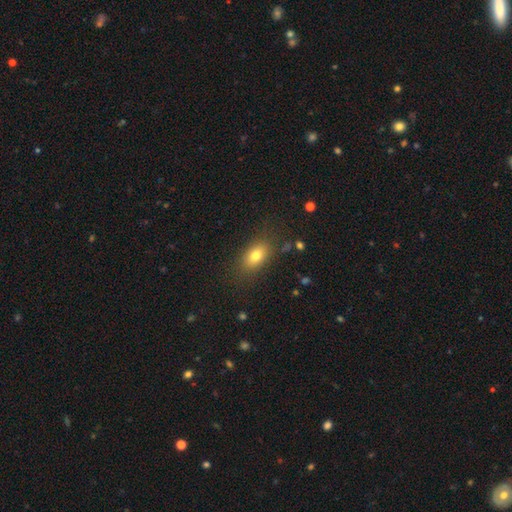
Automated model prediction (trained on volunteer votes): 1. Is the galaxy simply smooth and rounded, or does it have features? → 77% smooth, 12% featured or disk, 10% star or artifact.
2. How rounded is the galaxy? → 82% in between, 13% round, 4% cigar-shaped.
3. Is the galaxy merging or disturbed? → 81% none, 13% minor disturbance, 5% major disturbance, 2% merger.